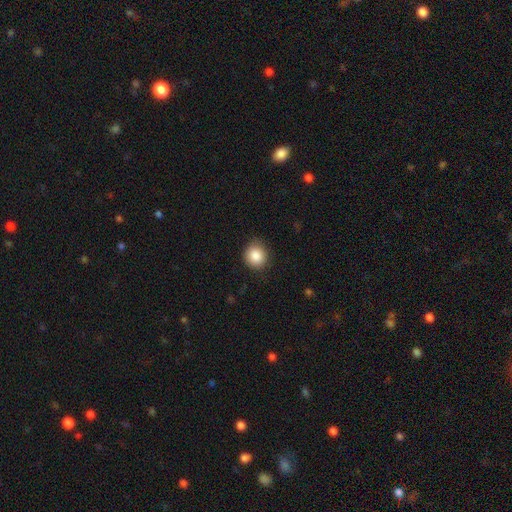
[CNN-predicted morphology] Smooth or featured: smooth — 87% (star or artifact — 9%)
How rounded: round — 84% (in between — 15%)
Merging: none — 83% (minor disturbance — 13%)